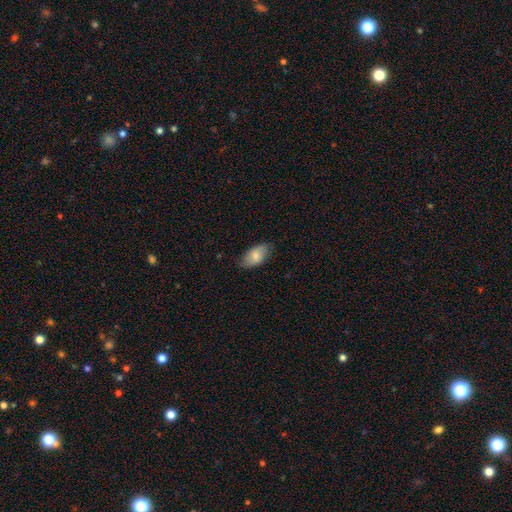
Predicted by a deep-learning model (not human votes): Smooth or featured: smooth — 74% (featured or disk — 20%)
How rounded: in between — 93% (round — 4%)
Merging: none — 78% (minor disturbance — 18%)